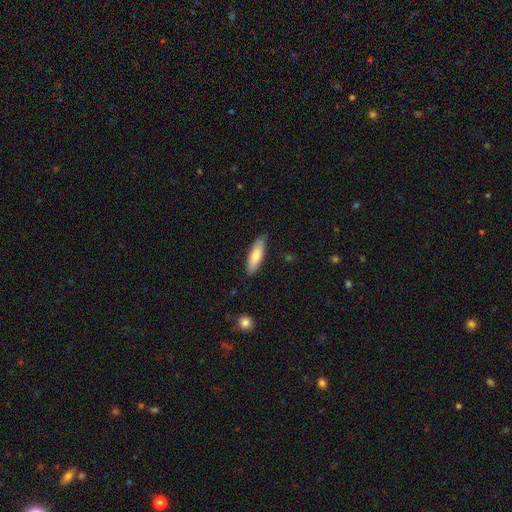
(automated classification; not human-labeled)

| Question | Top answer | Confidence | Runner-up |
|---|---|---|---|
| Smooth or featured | smooth | 74% | featured or disk (20%) |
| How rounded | in between | 50% | cigar-shaped (48%) |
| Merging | none | 85% | minor disturbance (12%) |